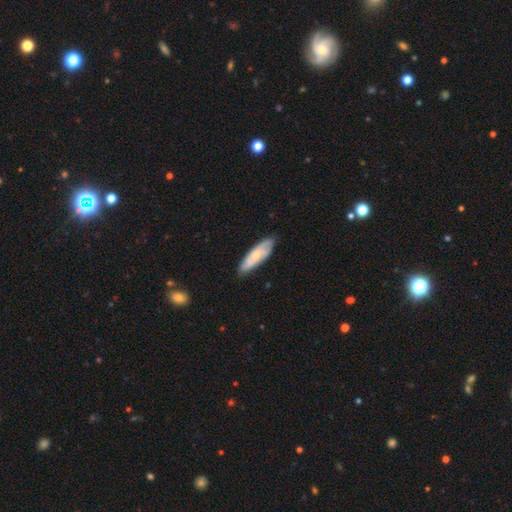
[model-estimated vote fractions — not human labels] smooth_or_featured: featured or disk (p=0.48) [alt: smooth p=0.46]
merging: none (p=0.79) [alt: minor disturbance p=0.17]